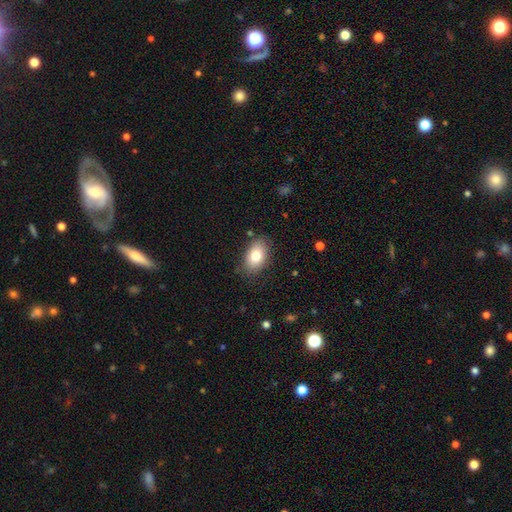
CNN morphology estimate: A smooth galaxy with no disk features (82%) that is in between round and cigar-shaped (91%). Merging: none (82%).